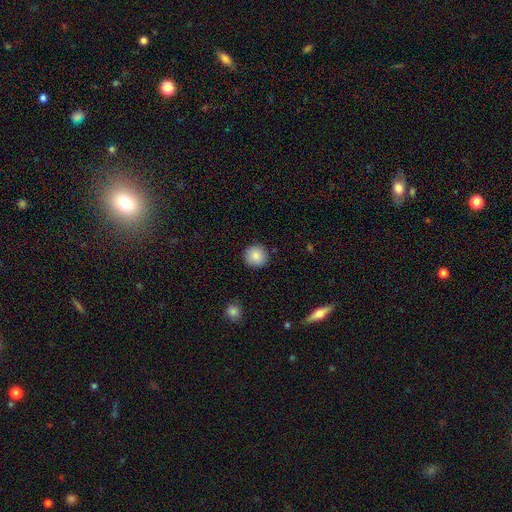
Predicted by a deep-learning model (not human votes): smooth_or_featured: smooth (p=0.87) [alt: star or artifact p=0.08]
how_rounded: round (p=0.94) [alt: in between p=0.05]
merging: none (p=0.91) [alt: minor disturbance p=0.06]